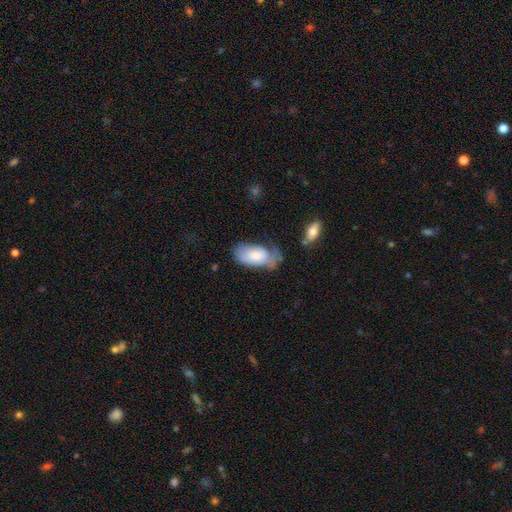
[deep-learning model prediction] smooth 65%, featured or disk 29%, star or artifact 6%. Down the decision tree: how rounded — in between (94%); merging — none (34%, tied with minor disturbance).